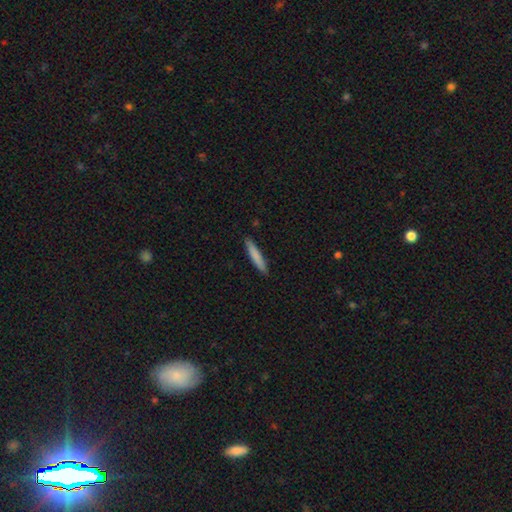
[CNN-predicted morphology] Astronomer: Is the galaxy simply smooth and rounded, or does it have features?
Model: smooth — 81%.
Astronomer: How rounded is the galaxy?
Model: cigar-shaped — 92%.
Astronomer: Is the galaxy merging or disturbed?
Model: none — 89%.